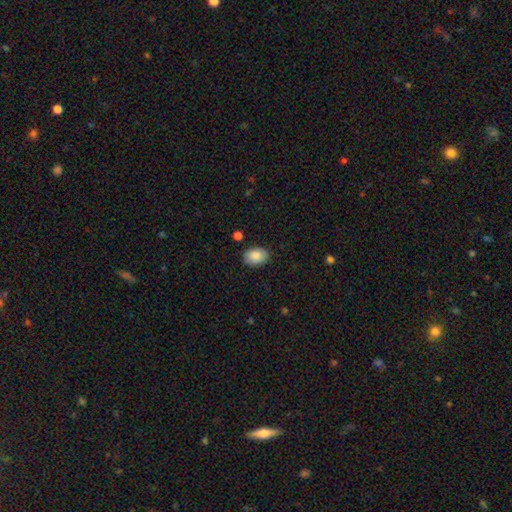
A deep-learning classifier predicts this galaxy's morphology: Smooth or featured? Predicted: smooth (p=0.88). How rounded? Predicted: in between (p=0.80). Merging? Predicted: none (p=0.85).